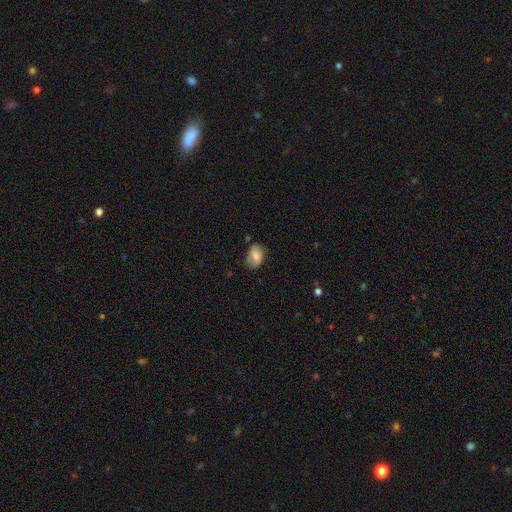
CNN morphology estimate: This is likely a smooth galaxy (70%). How rounded: clearly in between (82%). Merging: likely none (70%).